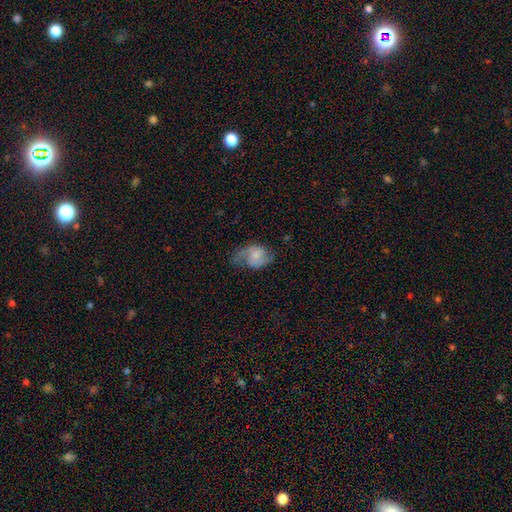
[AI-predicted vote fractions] Overall: featured or disk (67%). Edge-on disk: no (97%). Bar: no (60%; weak 34%). Spiral arms: yes (92%). Spiral arm count: 2 (85%). Spiral winding: medium (46%; loose 38%). Bulge size: small (38%; moderate 31%). Merging: none (60%; minor disturbance 24%).